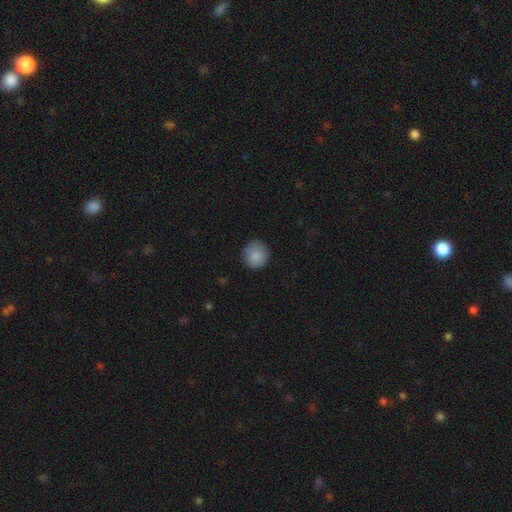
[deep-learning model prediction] smooth 88%, star or artifact 8%, featured or disk 5%. Down the decision tree: how rounded — round (94%); merging — none (85%).